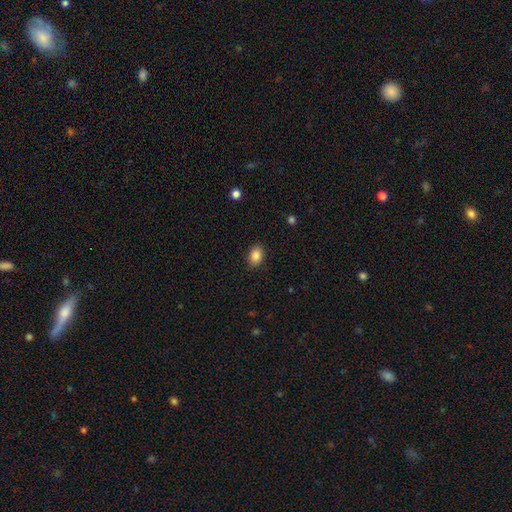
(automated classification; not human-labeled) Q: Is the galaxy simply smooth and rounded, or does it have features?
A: smooth — 86%.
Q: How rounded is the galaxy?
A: in between — 76%.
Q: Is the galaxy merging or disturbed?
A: none — 88%.